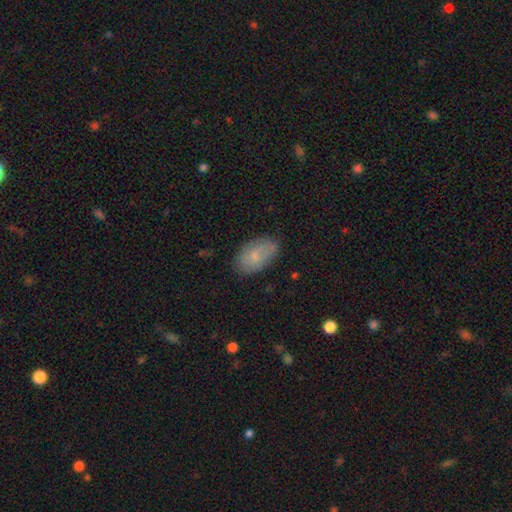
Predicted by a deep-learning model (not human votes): A smooth galaxy with no disk features (73%) that is in between round and cigar-shaped (93%).

Vote fractions:
- Smooth or featured? smooth: 73% / featured or disk: 20% / star or artifact: 7%
- How rounded? in between: 93% / round: 5% / cigar-shaped: 2%
- Merging? none: 78% / minor disturbance: 17% / major disturbance: 4% / merger: 1%